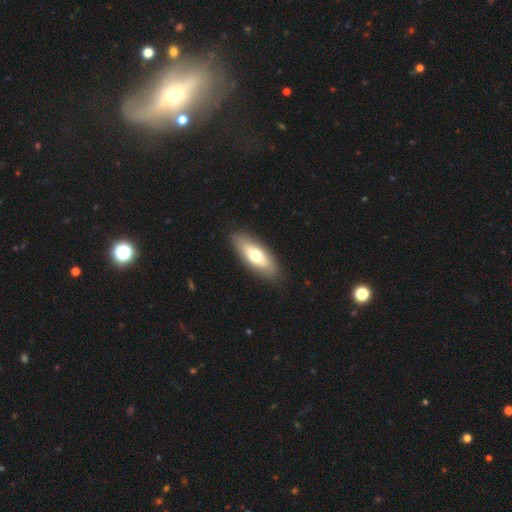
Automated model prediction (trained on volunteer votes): smooth 63%, featured or disk 32%, star or artifact 5%. Down the decision tree: how rounded — in between (72%); merging — none (87%).